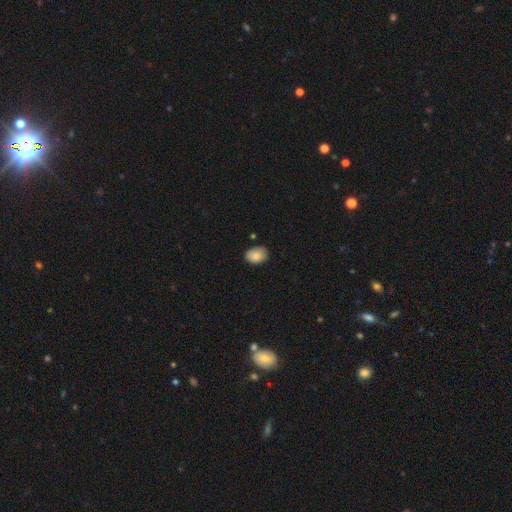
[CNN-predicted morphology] Overall: smooth (86%). How rounded: in between (75%). Merging: none (79%).